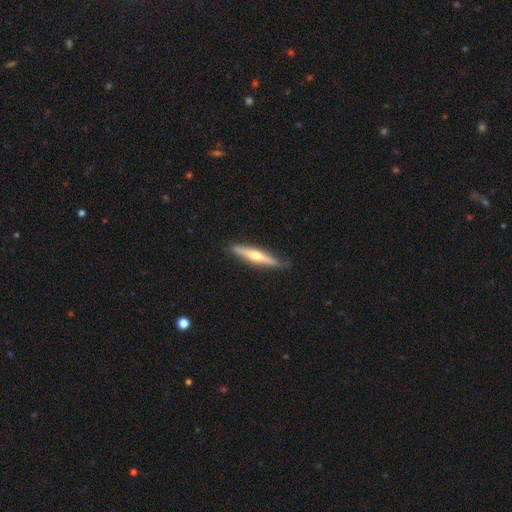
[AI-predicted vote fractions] A featured or disk galaxy (56%) viewed edge-on (95%) with a rounded central bulge (85%).

Vote fractions:
- Smooth or featured? featured or disk: 56% / smooth: 39% / star or artifact: 5%
- Edge-on disk? yes: 95% / no: 5%
- Edge-on bulge? rounded: 85% / none: 10% / boxy: 5%
- Merging? none: 85% / minor disturbance: 12% / major disturbance: 2% / merger: 1%